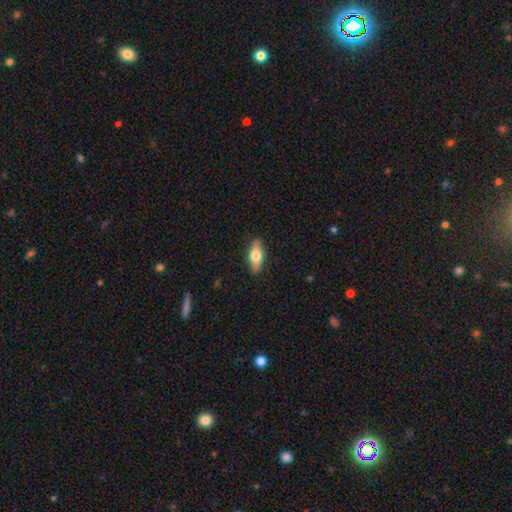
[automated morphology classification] type=smooth (64%); roundness=in between (74%); merging=none (87%).